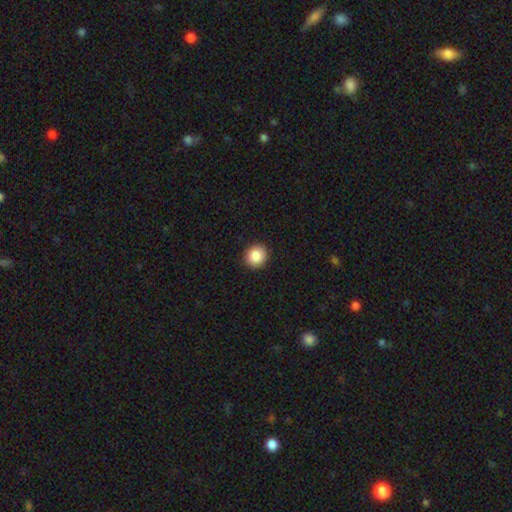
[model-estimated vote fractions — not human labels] This is clearly a smooth galaxy (87%). How rounded: clearly round (87%). Merging: clearly none (92%).